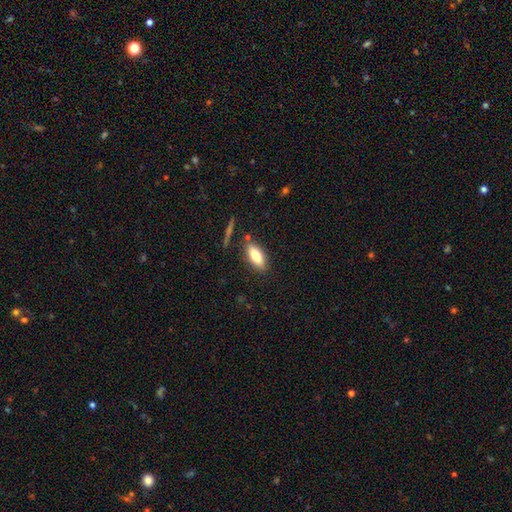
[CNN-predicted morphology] Overall: smooth (77%). How rounded: in between (80%). Merging: none (81%).